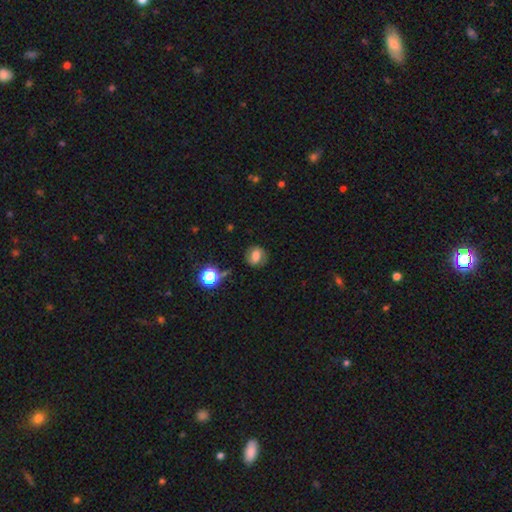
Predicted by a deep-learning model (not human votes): Smooth or featured: smooth — 56% (featured or disk — 31%)
How rounded: round — 55% (in between — 43%)
Merging: none — 73% (minor disturbance — 17%)